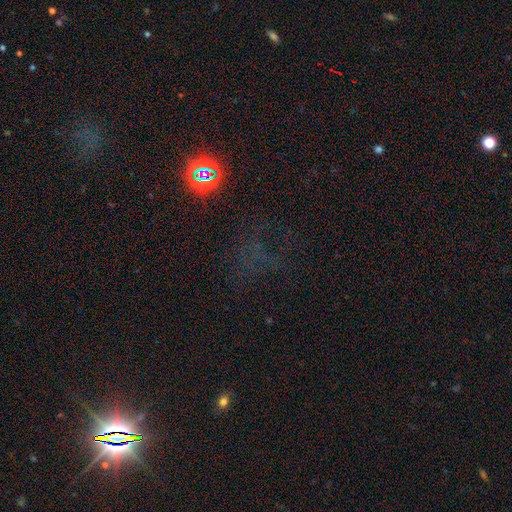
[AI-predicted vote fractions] Overall: star or artifact (64%).